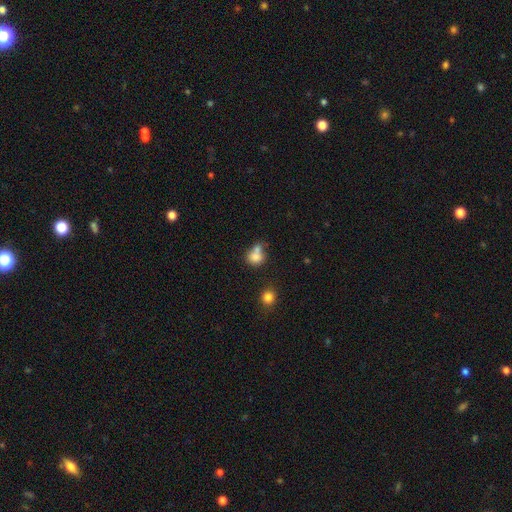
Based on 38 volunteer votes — smooth 79%, featured or disk 16%, star or artifact 5%. Down the decision tree: how rounded — round (63%); merging — merger (44%).